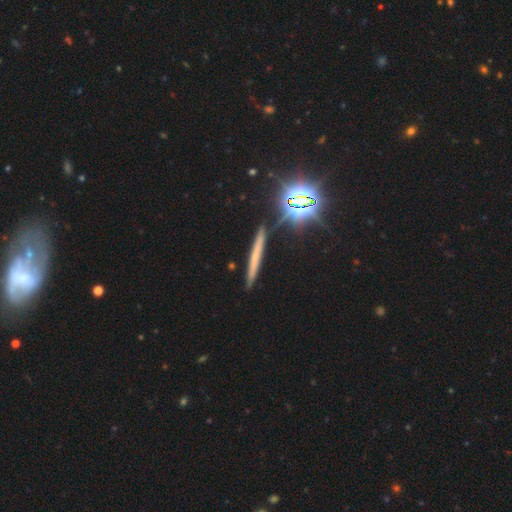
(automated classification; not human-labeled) smooth 42%, featured or disk 34%, star or artifact 25%. Down the decision tree: merging — none (87%).